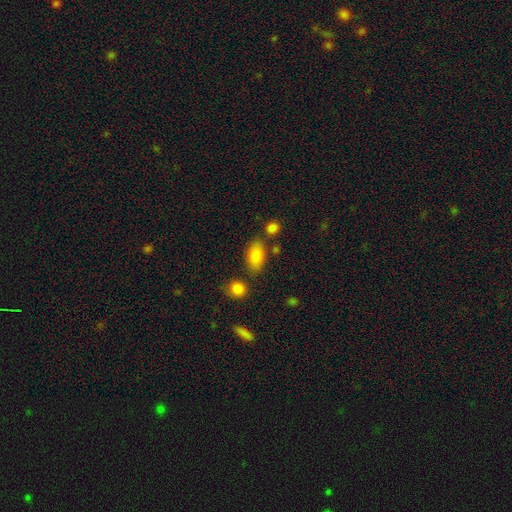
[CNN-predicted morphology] Overall: smooth (84%). How rounded: in between (90%). Merging: none (73%).